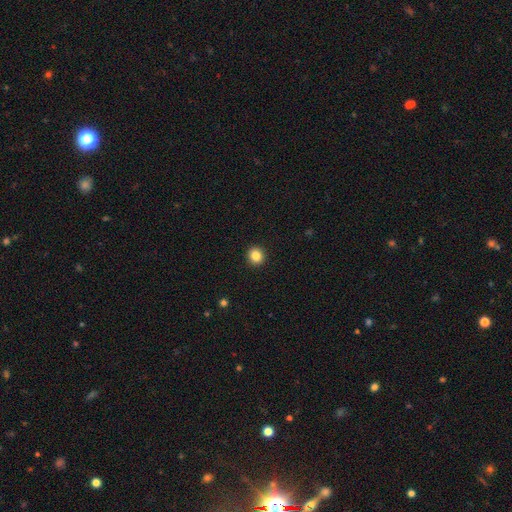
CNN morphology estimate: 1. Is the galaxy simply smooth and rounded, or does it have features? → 86% smooth, 10% star or artifact, 4% featured or disk.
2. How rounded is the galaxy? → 87% round, 12% in between, 1% cigar-shaped.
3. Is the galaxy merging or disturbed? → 93% none, 5% minor disturbance, 2% major disturbance, 1% merger.